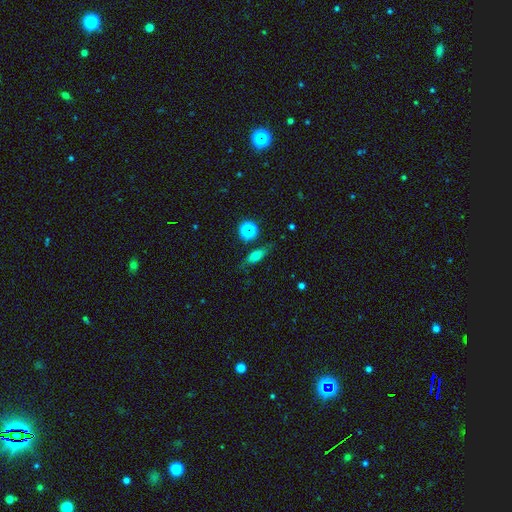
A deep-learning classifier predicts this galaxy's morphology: Smooth or featured? smooth (63%)
How rounded? in between (57%)
Merging? none (69%)